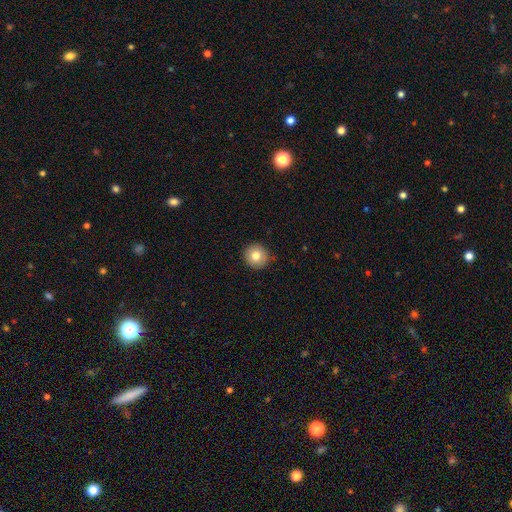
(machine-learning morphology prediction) Smooth or featured: smooth — 78% (featured or disk — 13%)
How rounded: round — 94% (in between — 5%)
Merging: none — 90% (minor disturbance — 7%)